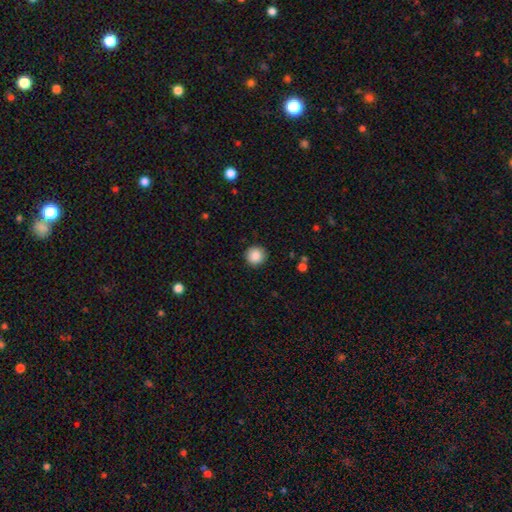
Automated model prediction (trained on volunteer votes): This appears to be a smooth galaxy with no disk features (87%) that is round (94%). Merging: none (91%).